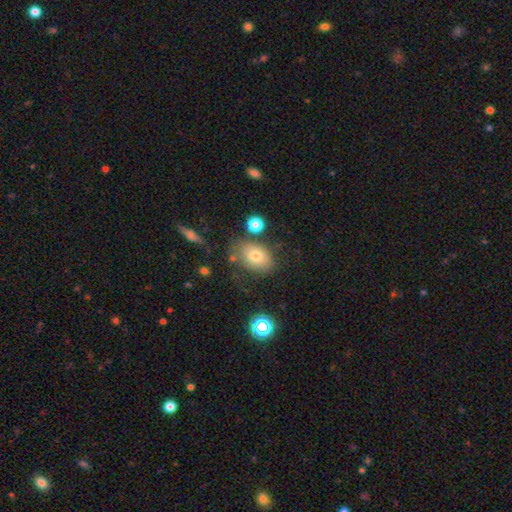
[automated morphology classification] This is likely a smooth galaxy (71%). How rounded: likely in between (77%). Merging: likely none (67%).